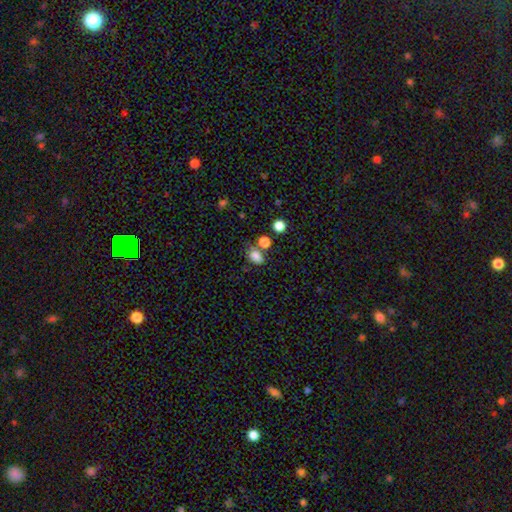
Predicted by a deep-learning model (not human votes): Smooth or featured? Predicted: smooth (p=0.81). How rounded? Predicted: in between (p=0.71). Merging? Predicted: none (p=0.59).